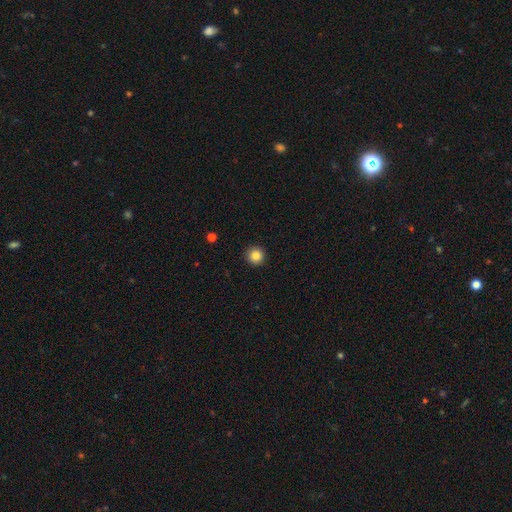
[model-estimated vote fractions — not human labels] Smooth or featured? Predicted: smooth (p=0.85). How rounded? Predicted: round (p=0.96). Merging? Predicted: none (p=0.93).